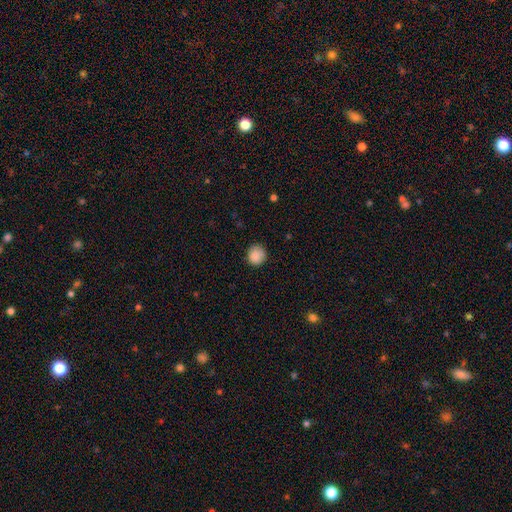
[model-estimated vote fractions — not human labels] Smooth or featured: smooth — 87% (star or artifact — 9%)
How rounded: round — 87% (in between — 12%)
Merging: none — 81% (minor disturbance — 15%)